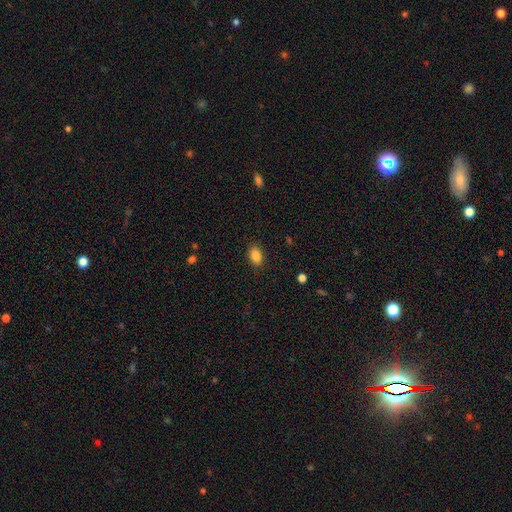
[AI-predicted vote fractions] Overall: smooth (87%). How rounded: in between (87%). Merging: none (88%).